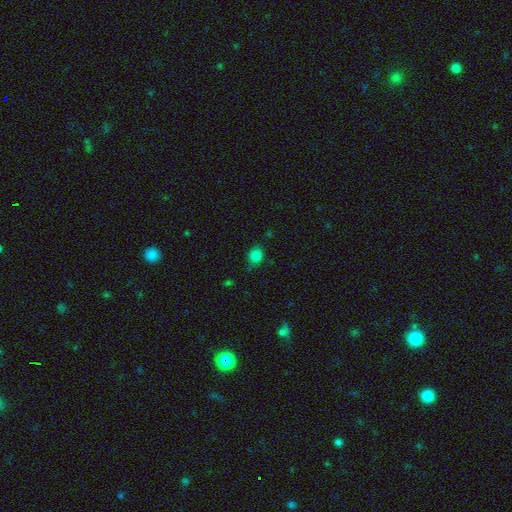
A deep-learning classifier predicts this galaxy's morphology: Q: Smooth or featured?
A: smooth (82%); runner-up: star or artifact (12%)
Q: How rounded?
A: round (58%); runner-up: in between (41%)
Q: Merging?
A: none (72%); runner-up: minor disturbance (22%)